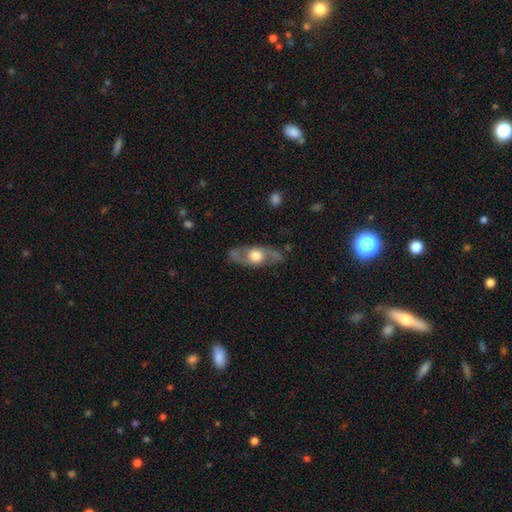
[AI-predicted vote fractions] featured or disk 64%, smooth 31%, star or artifact 5%. Down the decision tree: edge-on disk — no (71%); merging — none (76%).